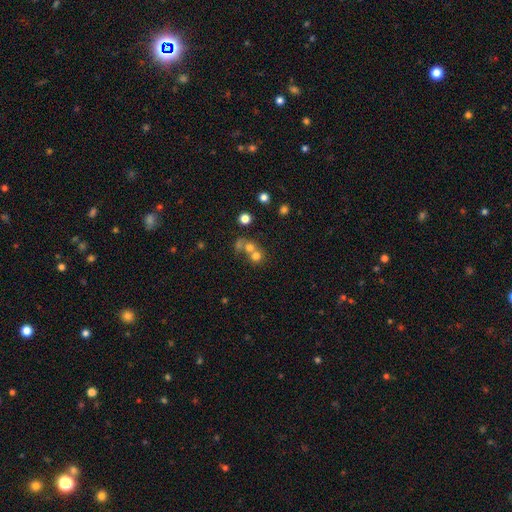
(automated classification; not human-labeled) A smooth galaxy with no disk features (66%) that is round (82%). Merging: merger (56%).